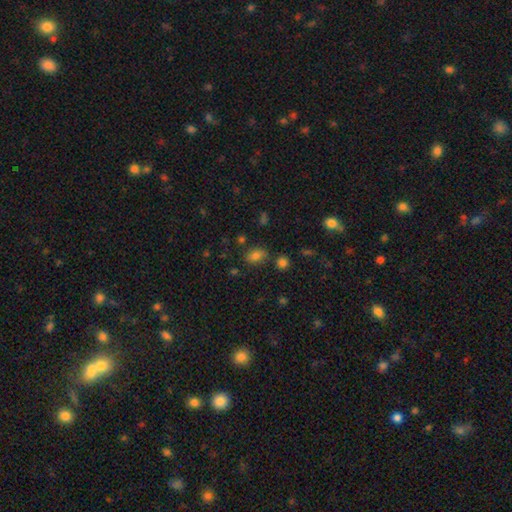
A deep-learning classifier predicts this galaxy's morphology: smooth_or_featured: smooth (p=0.79) [alt: star or artifact p=0.14]
how_rounded: in between (p=0.79) [alt: round p=0.18]
merging: none (p=0.74) [alt: minor disturbance p=0.14]